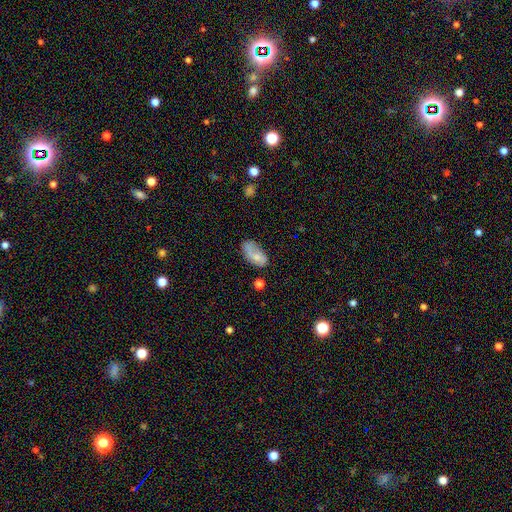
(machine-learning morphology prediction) Smooth or featured: smooth — 57% (featured or disk — 34%)
How rounded: in between — 91% (round — 5%)
Merging: none — 45% (minor disturbance — 30%)